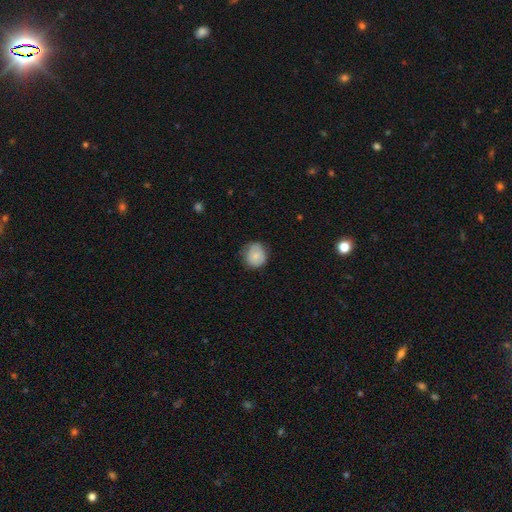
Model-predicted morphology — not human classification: Smooth or featured: smooth — 79% (featured or disk — 14%)
How rounded: round — 82% (in between — 17%)
Merging: none — 72% (minor disturbance — 23%)